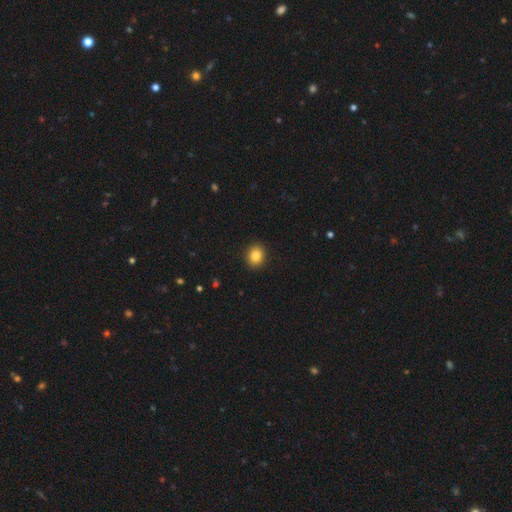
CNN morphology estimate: Smooth or featured? smooth (85%)
How rounded? round (65%)
Merging? none (92%)